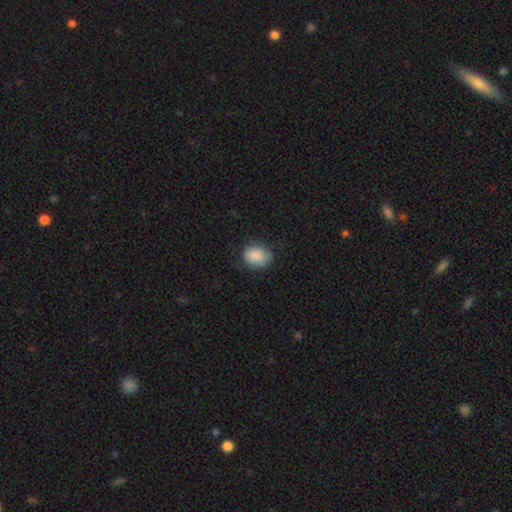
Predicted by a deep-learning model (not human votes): This is clearly a smooth galaxy (87%). How rounded: possibly in between (59%). Merging: likely none (72%).